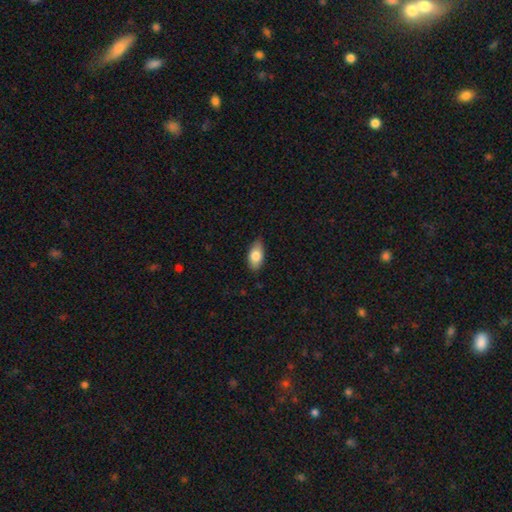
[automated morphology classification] Q: Smooth or featured?
A: smooth (79%); runner-up: featured or disk (14%)
Q: How rounded?
A: in between (90%); runner-up: cigar-shaped (6%)
Q: Merging?
A: none (82%); runner-up: minor disturbance (15%)